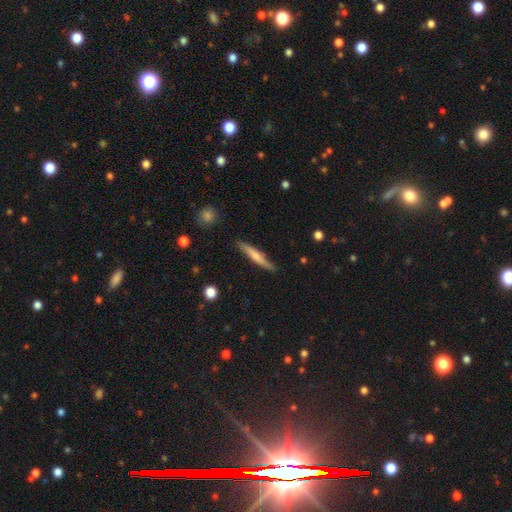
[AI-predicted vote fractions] Smooth or featured?
  - smooth: 56% *
  - featured or disk: 39%
  - star or artifact: 5%
How rounded?
  - cigar-shaped: 92% *
  - in between: 6%
  - round: 2%
Merging?
  - none: 85% *
  - minor disturbance: 11%
  - major disturbance: 2%
  - merger: 2%